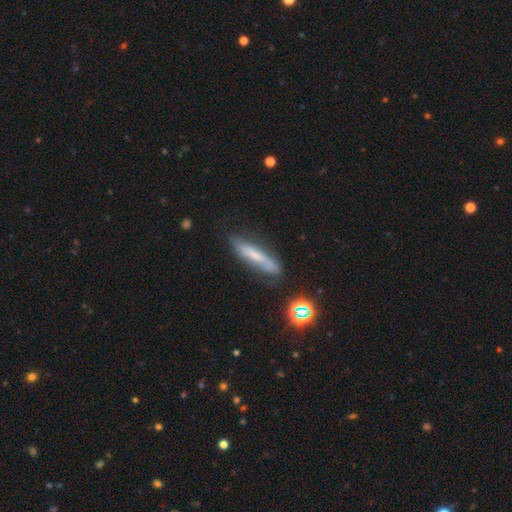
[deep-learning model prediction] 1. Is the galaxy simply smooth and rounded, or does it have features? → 45% smooth, 43% featured or disk, 12% star or artifact.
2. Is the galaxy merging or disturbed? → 63% none, 24% minor disturbance, 8% major disturbance, 5% merger.